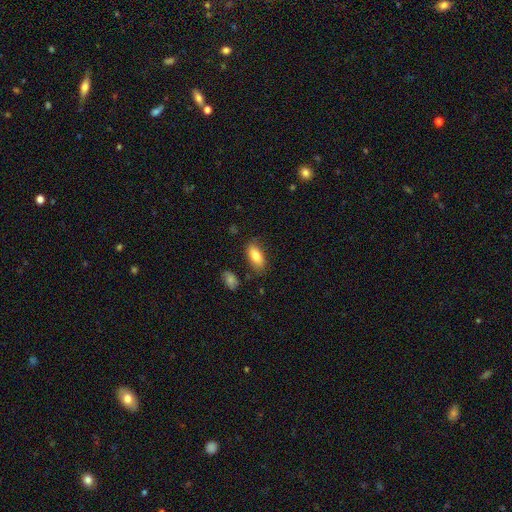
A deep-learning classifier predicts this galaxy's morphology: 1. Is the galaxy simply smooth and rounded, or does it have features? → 82% smooth, 11% featured or disk, 7% star or artifact.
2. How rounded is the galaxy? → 89% in between, 8% cigar-shaped, 3% round.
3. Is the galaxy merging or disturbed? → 79% none, 14% minor disturbance, 3% major disturbance, 3% merger.